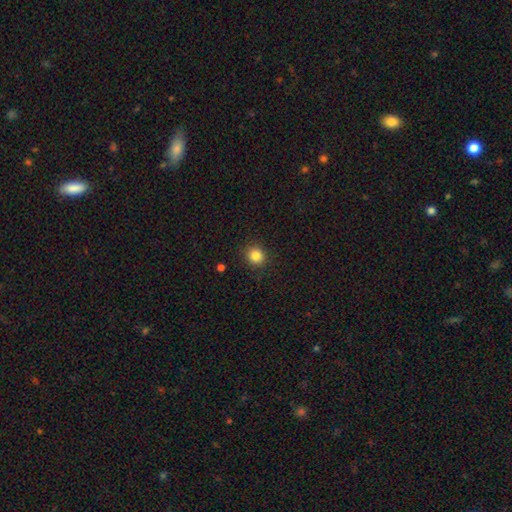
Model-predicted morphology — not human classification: A smooth galaxy with no disk features (84%) that is round (88%). Merging: none (90%).